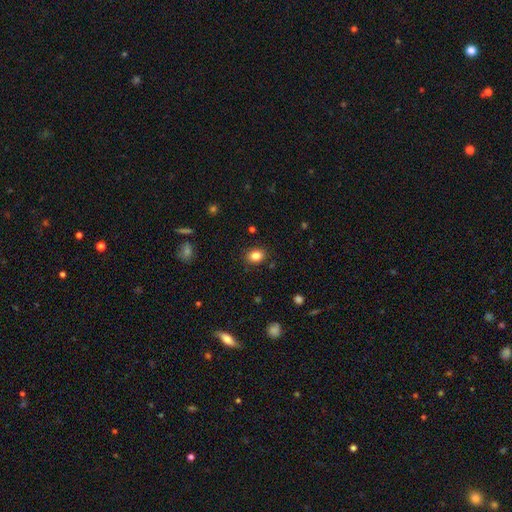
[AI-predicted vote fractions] smooth-or-featured: smooth: 85% | star or artifact: 10% | featured or disk: 5%
  how-rounded: in between: 61% | round: 38% | cigar-shaped: 1%
  merging: none: 87% | minor disturbance: 9% | major disturbance: 2% | merger: 1%